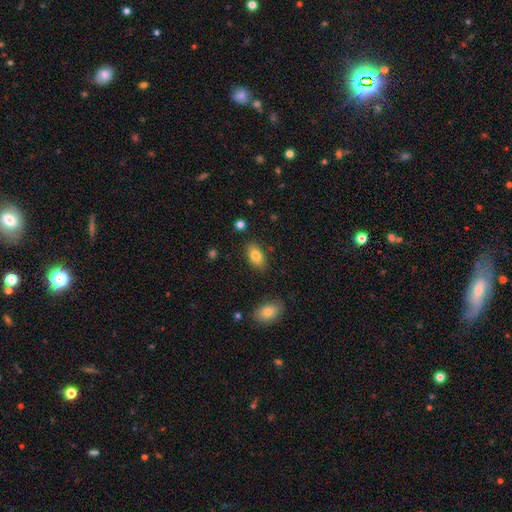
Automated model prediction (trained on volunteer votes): A smooth galaxy with no disk features (82%) that is in between round and cigar-shaped (91%).

Vote fractions:
- Smooth or featured? smooth: 82% / featured or disk: 10% / star or artifact: 8%
- How rounded? in between: 91% / round: 6% / cigar-shaped: 3%
- Merging? none: 84% / minor disturbance: 11% / major disturbance: 3% / merger: 2%